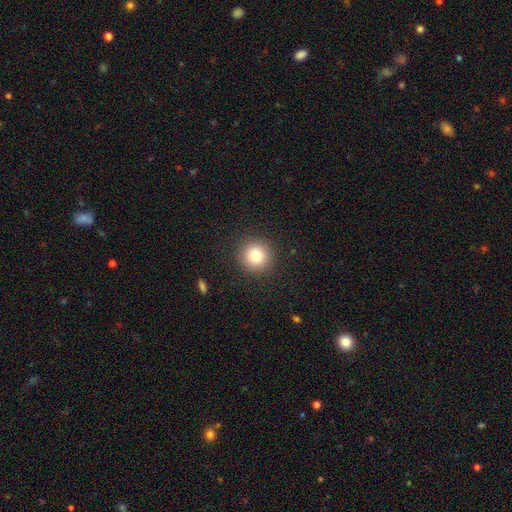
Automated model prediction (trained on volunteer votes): Smooth or featured?
  - smooth: 80% *
  - star or artifact: 12%
  - featured or disk: 9%
How rounded?
  - round: 94% *
  - in between: 5%
  - cigar-shaped: 1%
Merging?
  - none: 91% *
  - minor disturbance: 6%
  - major disturbance: 2%
  - merger: 1%